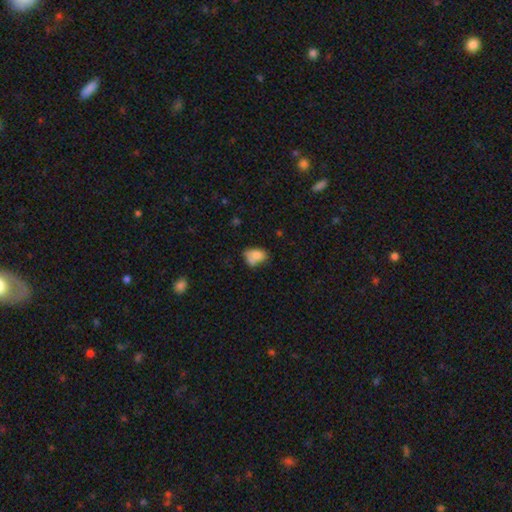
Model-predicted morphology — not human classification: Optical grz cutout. It shows a smooth galaxy with no disk features (75%) that is in between round and cigar-shaped (77%). Merging: none (34%).